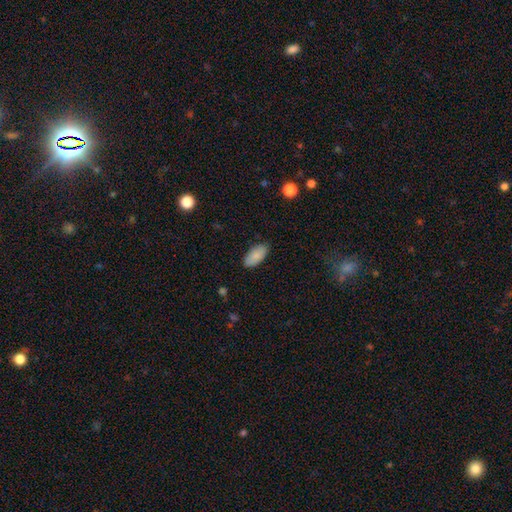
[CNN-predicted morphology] smooth-or-featured: smooth: 87% | featured or disk: 7% | star or artifact: 6%
  how-rounded: in between: 92% | cigar-shaped: 6% | round: 2%
  merging: none: 85% | minor disturbance: 11% | major disturbance: 2% | merger: 1%